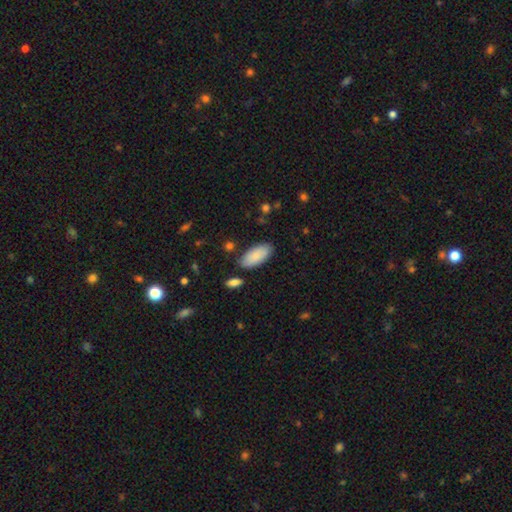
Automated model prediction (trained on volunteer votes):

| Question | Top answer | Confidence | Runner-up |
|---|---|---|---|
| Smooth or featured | smooth | 87% | featured or disk (7%) |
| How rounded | in between | 90% | cigar-shaped (8%) |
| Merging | none | 82% | minor disturbance (12%) |